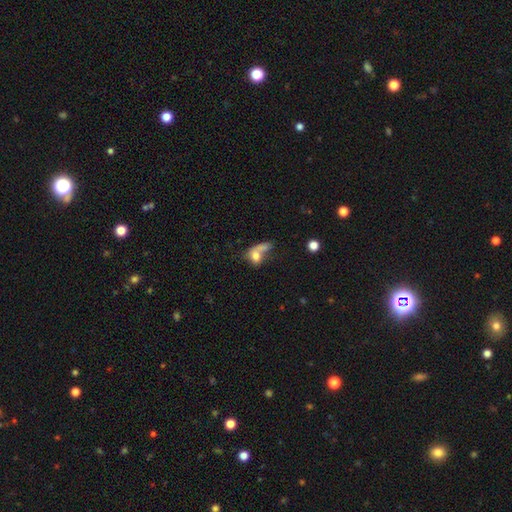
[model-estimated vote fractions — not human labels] Smooth or featured? Predicted: smooth (p=0.67). How rounded? Predicted: in between (p=0.54). Merging? Predicted: merger (p=0.45).